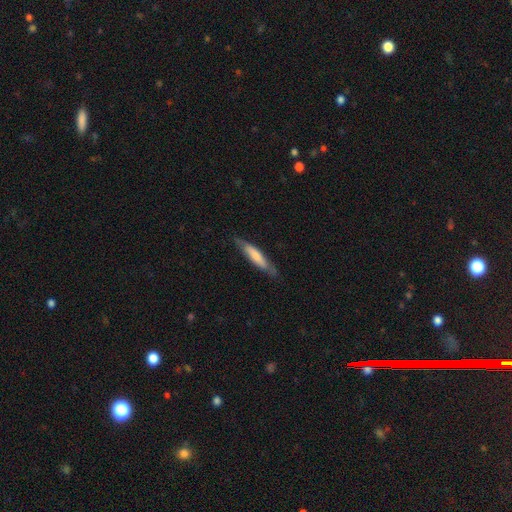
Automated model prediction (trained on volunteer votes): smooth 64%, featured or disk 30%, star or artifact 5%. Down the decision tree: how rounded — cigar-shaped (83%); merging — none (76%).